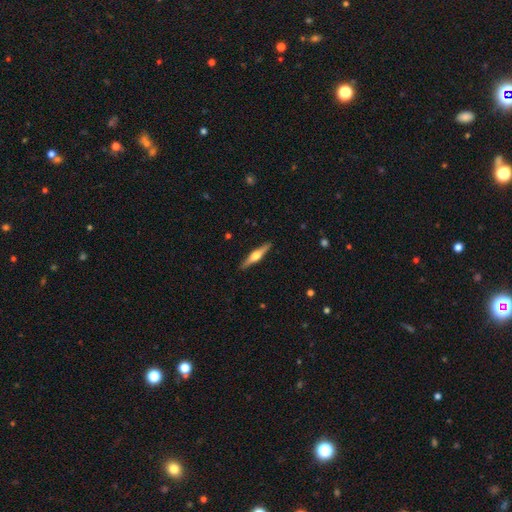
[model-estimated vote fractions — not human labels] featured or disk 66%, smooth 28%, star or artifact 5%. Down the decision tree: edge-on disk — yes (97%); edge-on bulge — rounded (92%); merging — none (91%).